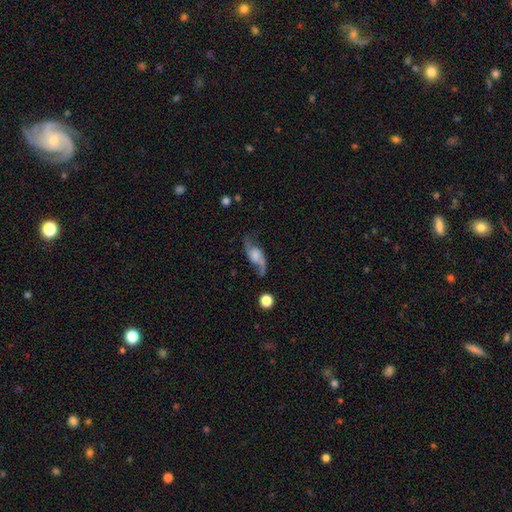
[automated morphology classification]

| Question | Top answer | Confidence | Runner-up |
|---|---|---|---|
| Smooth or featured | featured or disk | 78% | smooth (14%) |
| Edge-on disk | no | 93% | yes (7%) |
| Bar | no | 56% | weak (34%) |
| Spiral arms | yes | 95% | no (5%) |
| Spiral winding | loose | 78% | medium (18%) |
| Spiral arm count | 2 | 91% | 1 (3%) |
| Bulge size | none | 31% | small (25%) |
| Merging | none | 66% | minor disturbance (18%) |